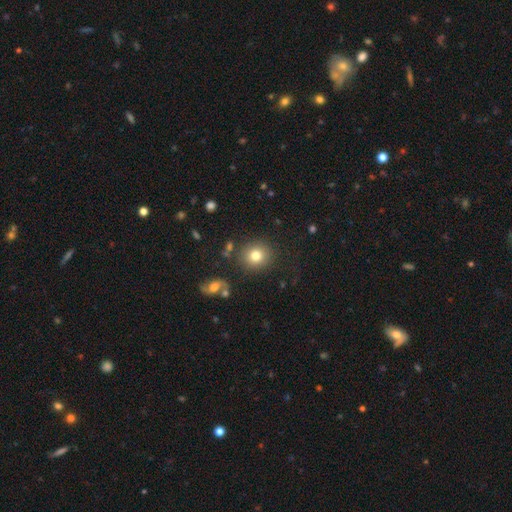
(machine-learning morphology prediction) The model was most divided on "smooth or featured": smooth: 80%, star or artifact: 11%, featured or disk: 9%. More confident: merging — none (85%); how rounded — round (85%).